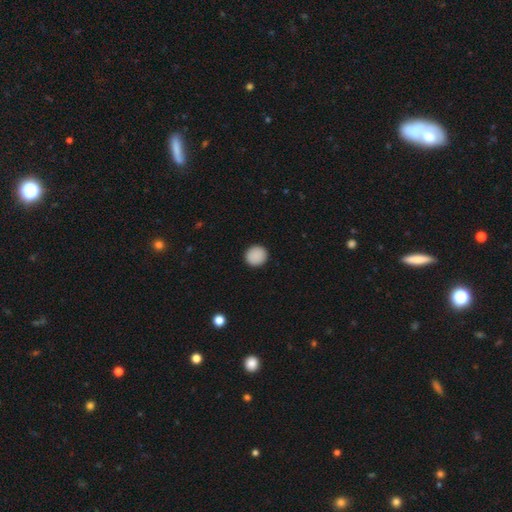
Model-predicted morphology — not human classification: A smooth galaxy with no disk features (89%) that is round (93%). Merging: none (92%).